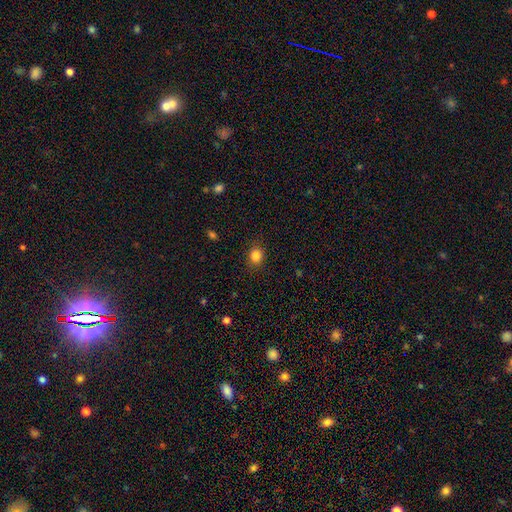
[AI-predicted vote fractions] Q: Smooth or featured?
A: smooth (84%); runner-up: star or artifact (11%)
Q: How rounded?
A: round (67%); runner-up: in between (32%)
Q: Merging?
A: none (86%); runner-up: minor disturbance (10%)